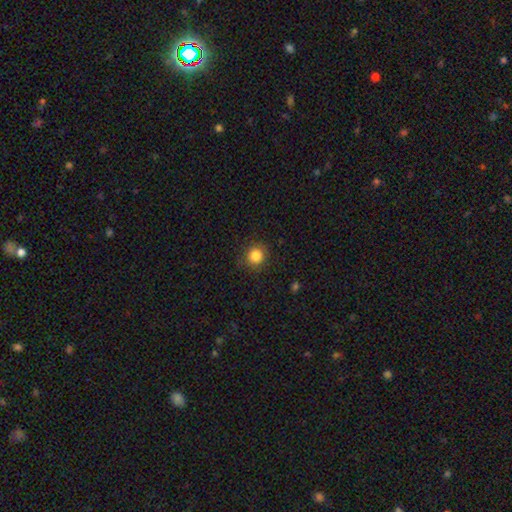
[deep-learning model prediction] Overall: smooth (84%). How rounded: round (89%). Merging: none (87%).